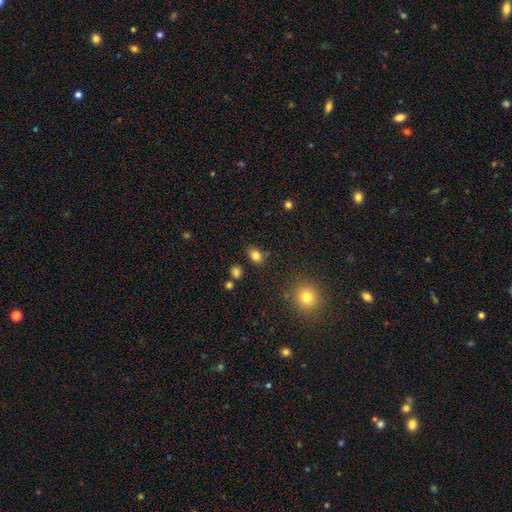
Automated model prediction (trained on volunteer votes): Q: Smooth or featured?
A: smooth (82%); runner-up: star or artifact (12%)
Q: How rounded?
A: in between (58%); runner-up: round (41%)
Q: Merging?
A: none (81%); runner-up: minor disturbance (12%)